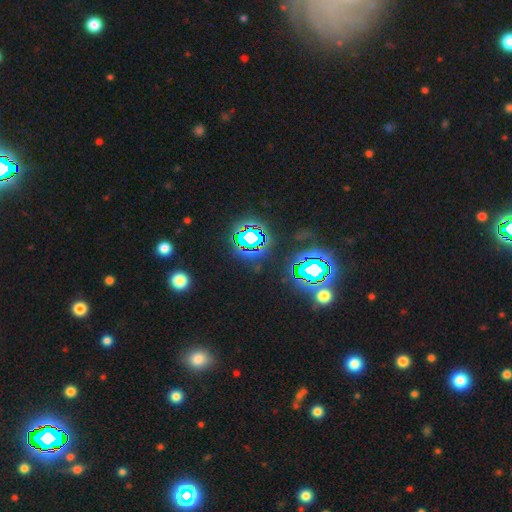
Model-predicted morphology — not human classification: smooth_or_featured: star or artifact (p=0.73) [alt: smooth p=0.16]